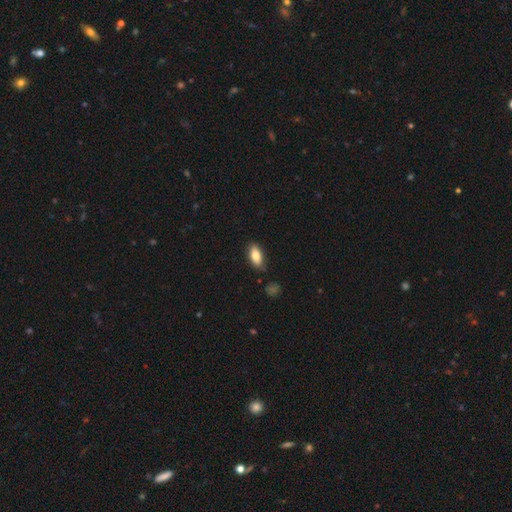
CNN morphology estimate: This is clearly a smooth galaxy (80%). How rounded: clearly in between (86%). Merging: clearly none (82%).